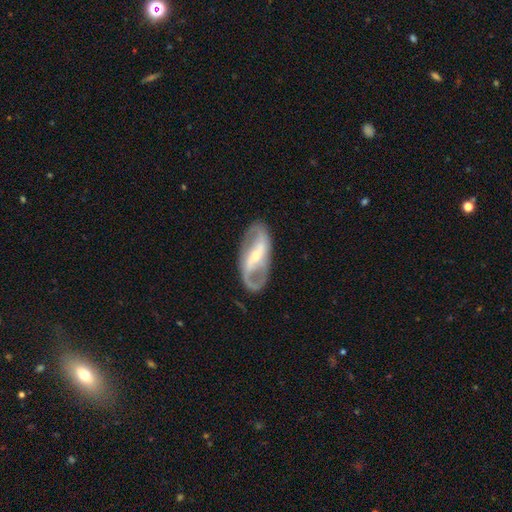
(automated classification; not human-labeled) A featured or disk galaxy (85%) with a strong bar (60%), 2 (88%) medium (43%) spiral arms (87%) and a small central bulge (57%). Merging: none (81%).